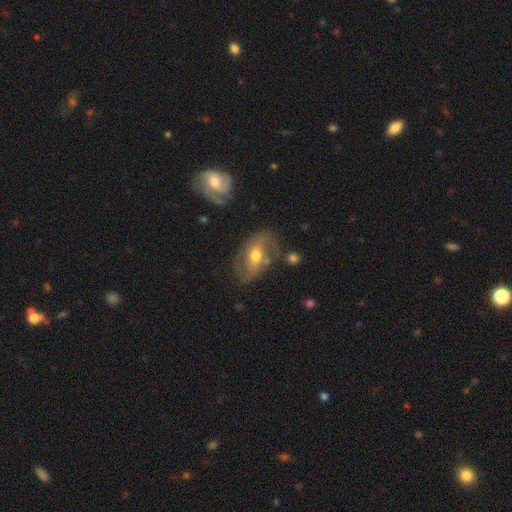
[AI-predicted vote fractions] featured or disk 65%, smooth 28%, star or artifact 7%. Down the decision tree: edge-on disk — no (94%); bar — no (47%); spiral arms — yes (76%); bulge size — moderate (73%); merging — none (65%).